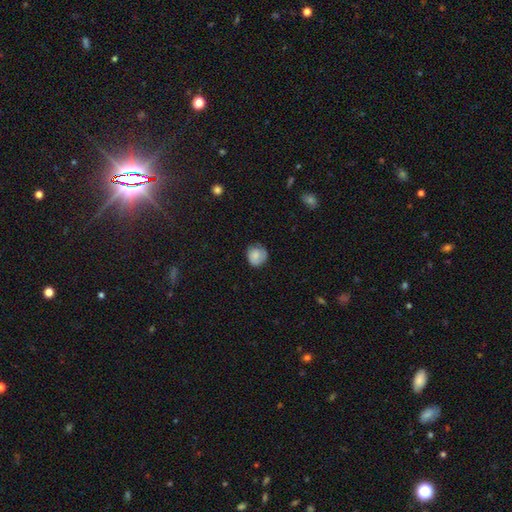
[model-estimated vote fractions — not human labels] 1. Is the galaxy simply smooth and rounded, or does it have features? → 82% smooth, 10% featured or disk, 8% star or artifact.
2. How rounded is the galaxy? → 85% round, 14% in between, 1% cigar-shaped.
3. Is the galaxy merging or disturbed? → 69% none, 24% minor disturbance, 5% major disturbance, 1% merger.